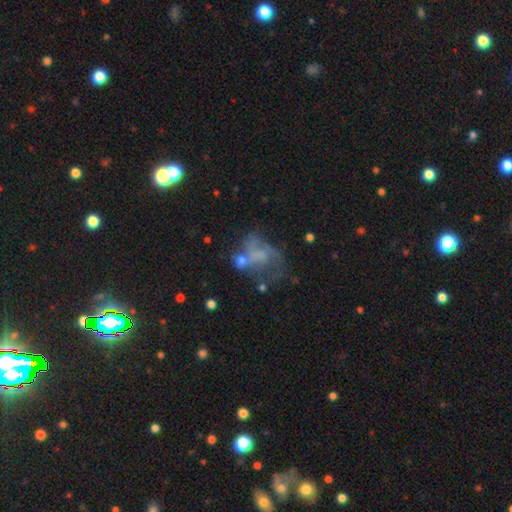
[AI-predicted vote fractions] Smooth or featured?
  - featured or disk: 51% *
  - smooth: 30%
  - star or artifact: 19%
Edge-on disk?
  - no: 98% *
  - yes: 2%
Bar?
  - no: 79% *
  - weak: 17%
  - strong: 4%
Spiral arms?
  - no: 64% *
  - yes: 36%
Bulge size?
  - none: 61% *
  - small: 21%
  - moderate: 14%
  - large: 3%
  - dominant: 1%
Merging?
  - major disturbance: 38% *
  - none: 30%
  - minor disturbance: 17%
  - merger: 15%